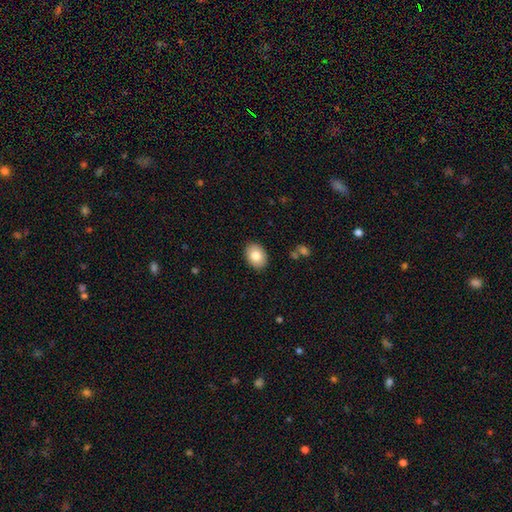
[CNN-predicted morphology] Smooth or featured?
  - smooth: 82% *
  - featured or disk: 11%
  - star or artifact: 7%
How rounded?
  - in between: 72% *
  - round: 27%
  - cigar-shaped: 1%
Merging?
  - none: 89% *
  - minor disturbance: 8%
  - major disturbance: 2%
  - merger: 1%